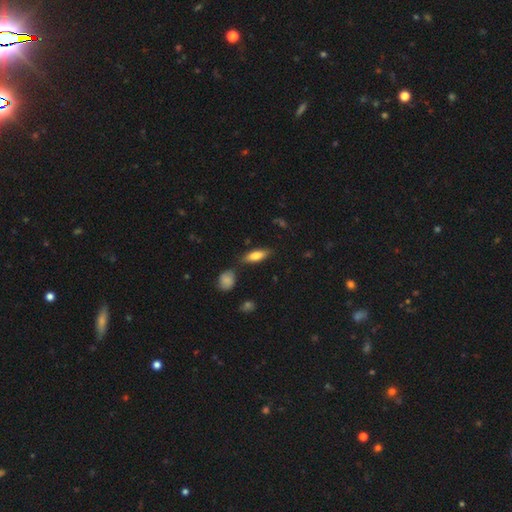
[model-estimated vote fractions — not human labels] The model was most divided on "how rounded": in between: 64%, cigar-shaped: 34%, round: 2%. More confident: merging — none (78%); smooth or featured — smooth (77%).